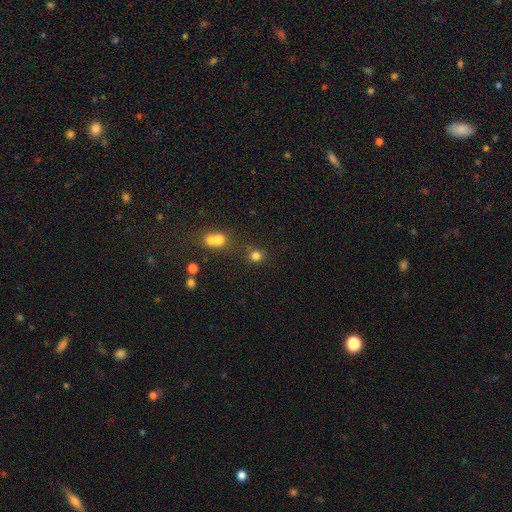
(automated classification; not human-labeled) A smooth galaxy with no disk features (77%) that is round (85%).

Vote fractions:
- Smooth or featured? smooth: 77% / star or artifact: 15% / featured or disk: 7%
- How rounded? round: 85% / in between: 14% / cigar-shaped: 1%
- Merging? none: 64% / merger: 21% / minor disturbance: 10% / major disturbance: 5%